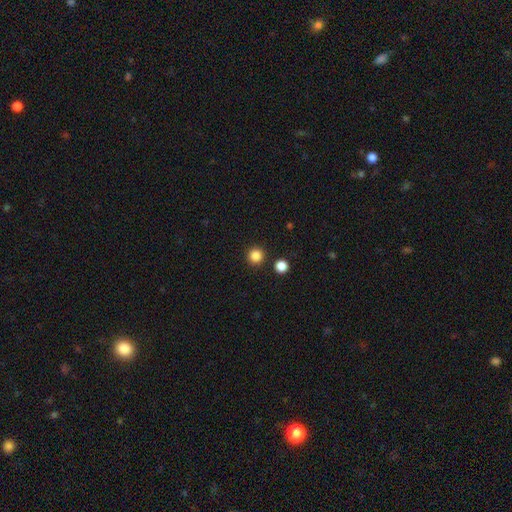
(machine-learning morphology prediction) This is clearly a smooth galaxy (86%). How rounded: clearly round (96%). Merging: clearly none (91%).